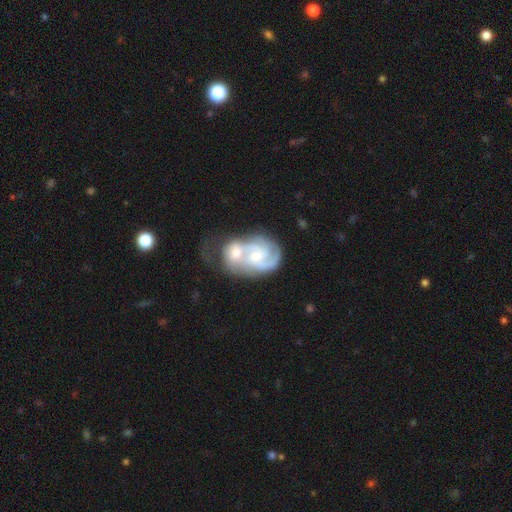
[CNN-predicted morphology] smooth_or_featured: featured or disk (p=0.83) [alt: smooth p=0.12]
disk_edge_on: no (p=0.97) [alt: yes p=0.03]
bar: no (p=0.61) [alt: weak p=0.32]
has_spiral_arms: yes (p=0.94) [alt: no p=0.06]
spiral_winding: tight (p=0.48) [alt: medium p=0.41]
spiral_arm_count: 2 (p=0.55) [alt: can't tell p=0.17]
bulge_size: small (p=0.52) [alt: moderate p=0.42]
merging: merger (p=0.71) [alt: none p=0.15]